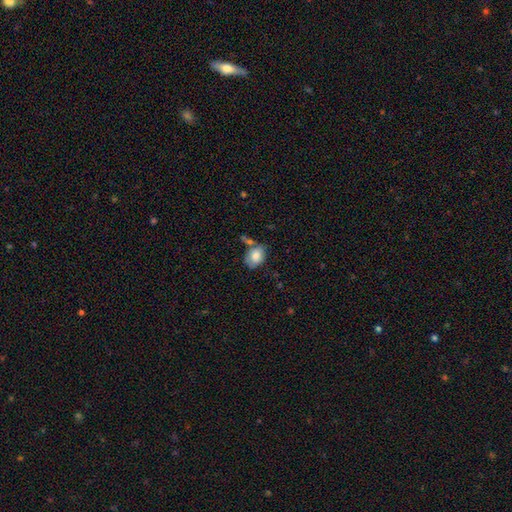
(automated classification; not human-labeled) A smooth galaxy with no disk features (77%) that is in between round and cigar-shaped (71%). Merging: none (47%).